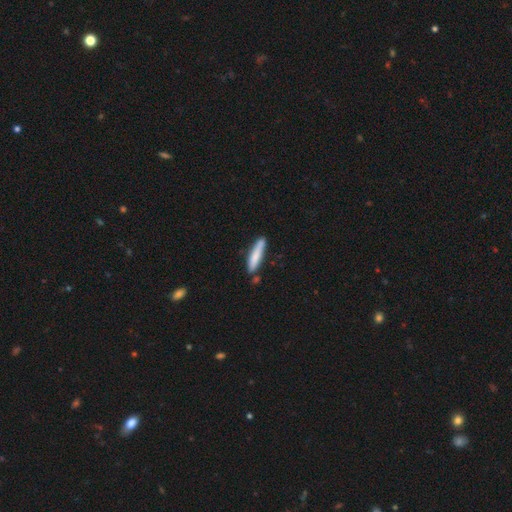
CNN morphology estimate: A smooth galaxy with no disk features (77%) that is cigar-shaped (87%). Merging: none (72%).